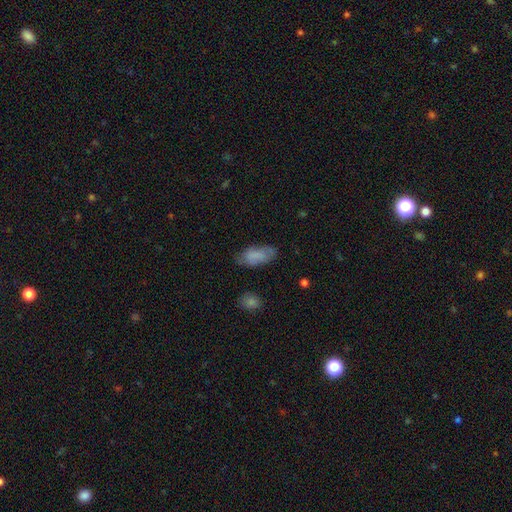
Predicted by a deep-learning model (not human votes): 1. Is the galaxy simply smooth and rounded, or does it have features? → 76% smooth, 16% featured or disk, 8% star or artifact.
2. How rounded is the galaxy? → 90% in between, 7% cigar-shaped, 3% round.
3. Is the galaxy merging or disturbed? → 65% none, 24% minor disturbance, 8% major disturbance, 3% merger.